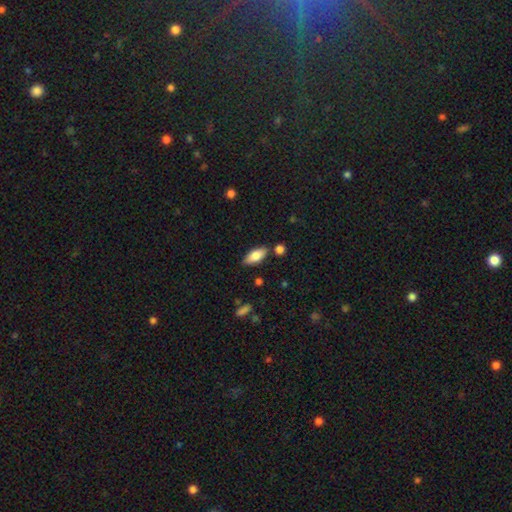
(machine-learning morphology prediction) Smooth or featured: smooth — 77% (featured or disk — 16%)
How rounded: in between — 81% (cigar-shaped — 16%)
Merging: none — 81% (minor disturbance — 12%)